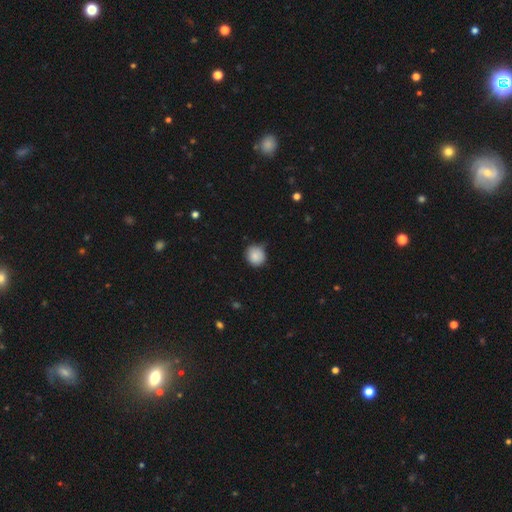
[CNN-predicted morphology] Smooth or featured?
  - smooth: 86% *
  - star or artifact: 8%
  - featured or disk: 5%
How rounded?
  - round: 88% *
  - in between: 11%
  - cigar-shaped: 1%
Merging?
  - none: 74% *
  - minor disturbance: 21%
  - major disturbance: 3%
  - merger: 2%